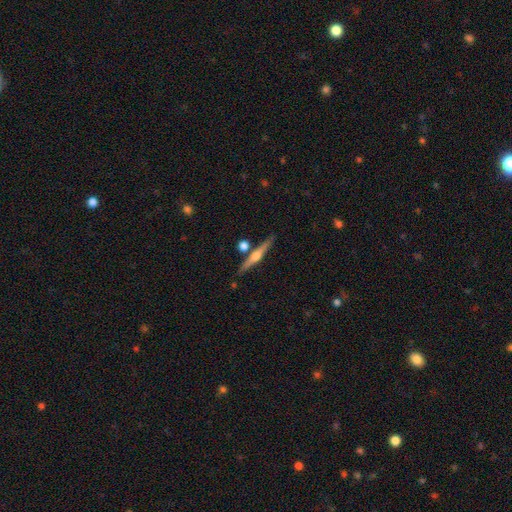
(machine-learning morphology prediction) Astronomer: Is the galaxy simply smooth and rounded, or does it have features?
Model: featured or disk — 71%.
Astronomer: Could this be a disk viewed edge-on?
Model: yes — 97%.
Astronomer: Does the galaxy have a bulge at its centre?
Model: rounded — 90%.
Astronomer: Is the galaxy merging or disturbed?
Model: none — 82%.